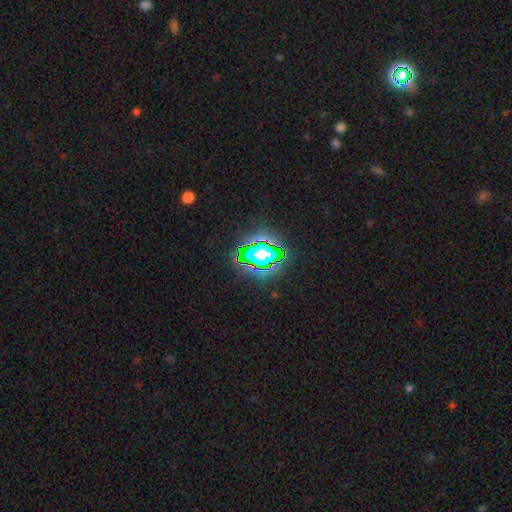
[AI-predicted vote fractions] Smooth or featured? Predicted: star or artifact (p=0.76).